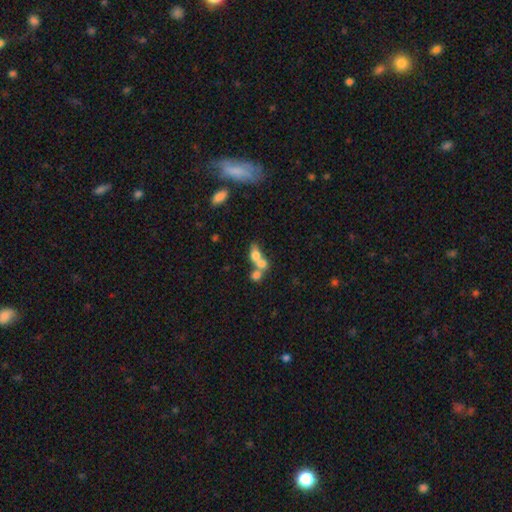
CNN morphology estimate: Overall: smooth (65%). How rounded: in between (56%; round 39%). Merging: merger (68%).